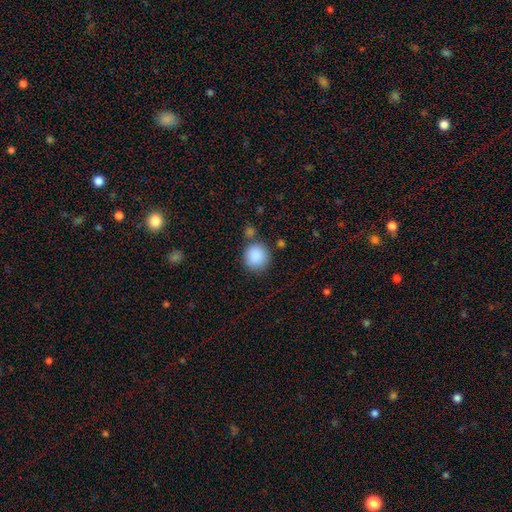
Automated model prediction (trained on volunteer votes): Overall: smooth (88%). How rounded: round (89%). Merging: none (75%).